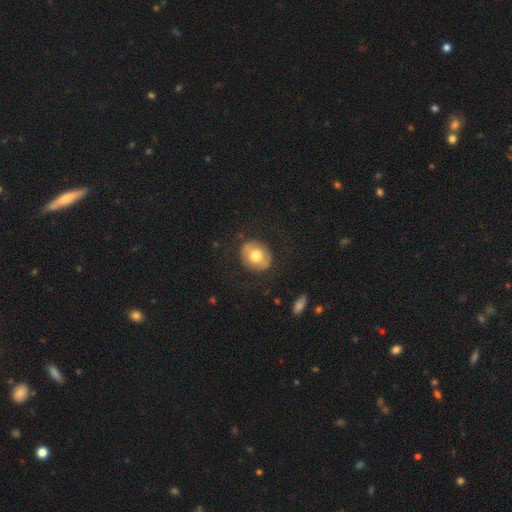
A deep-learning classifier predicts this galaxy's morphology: Smooth or featured? Predicted: smooth (p=0.62). How rounded? Predicted: round (p=0.65). Merging? Predicted: none (p=0.82).